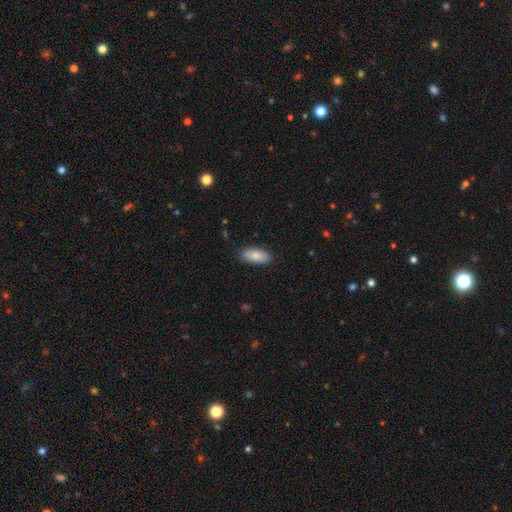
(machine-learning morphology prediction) type=smooth (83%); roundness=in between (88%); merging=none (85%).